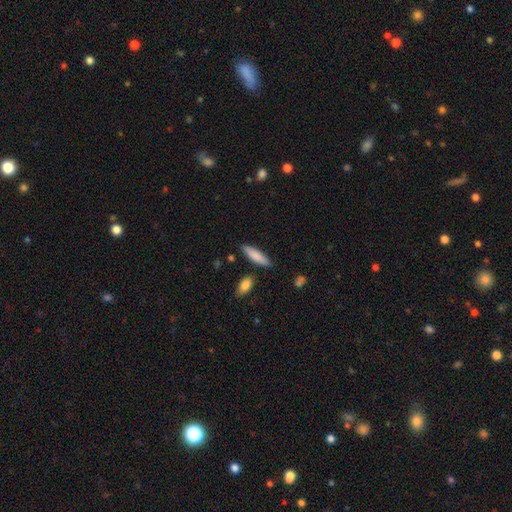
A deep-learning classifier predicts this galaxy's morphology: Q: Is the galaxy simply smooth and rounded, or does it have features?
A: smooth — 83%.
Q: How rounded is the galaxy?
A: cigar-shaped — 63%.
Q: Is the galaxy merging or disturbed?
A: none — 82%.